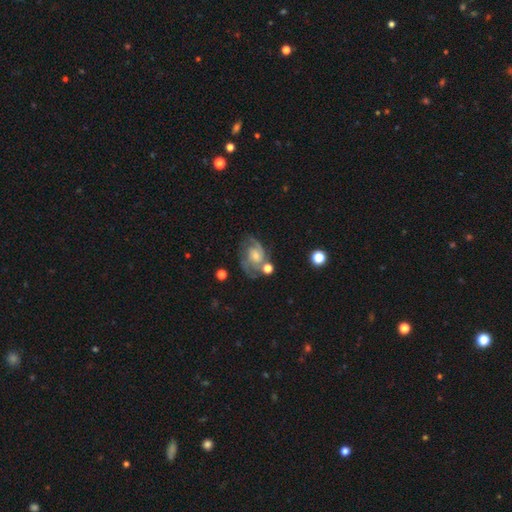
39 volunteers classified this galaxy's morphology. Overall: featured or disk (85%). Edge-on disk: no (97%). Bar: no (62%; weak 38%). Spiral arms: yes (97%). Spiral arm count: 3 (52%; 2 26%). Spiral winding: medium (42%; tight 29%). Bulge size: small (56%; moderate 38%). Merging: none (59%; minor disturbance 24%).